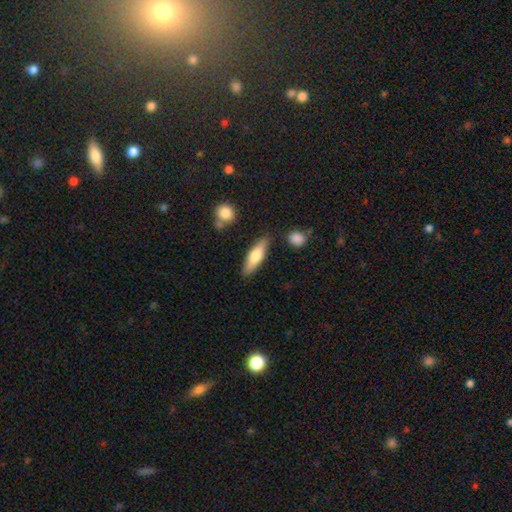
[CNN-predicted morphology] Overall: smooth (65%; featured or disk 30%). How rounded: cigar-shaped (61%; in between 37%). Merging: none (83%).